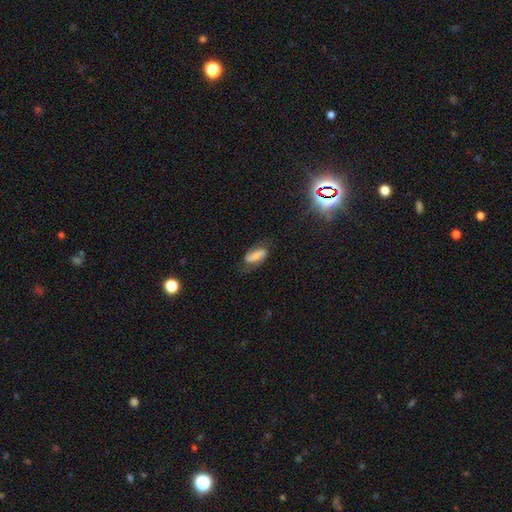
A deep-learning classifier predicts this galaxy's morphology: A featured or disk galaxy (52%). Merging: none (64%).